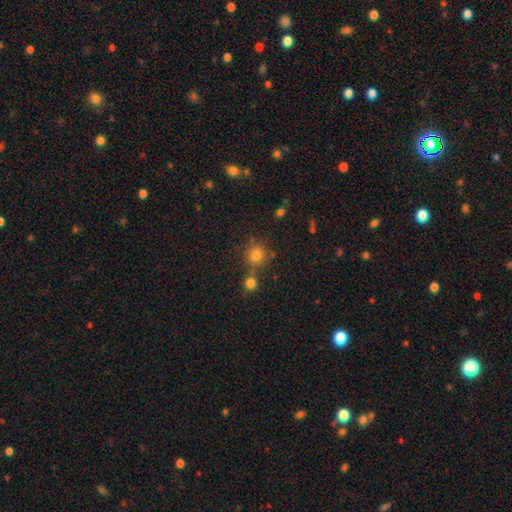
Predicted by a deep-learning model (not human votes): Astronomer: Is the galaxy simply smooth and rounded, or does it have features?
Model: smooth — 79%.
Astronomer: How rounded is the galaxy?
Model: round — 90%.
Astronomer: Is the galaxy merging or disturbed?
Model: none — 65%.